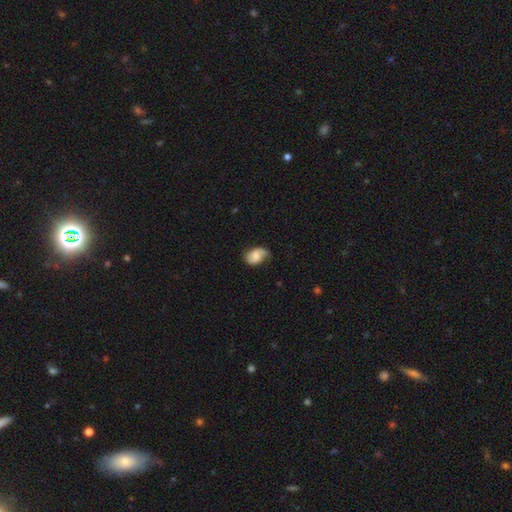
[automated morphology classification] This is possibly a smooth galaxy (52%). How rounded: likely in between (79%). Merging: possibly none (53%).